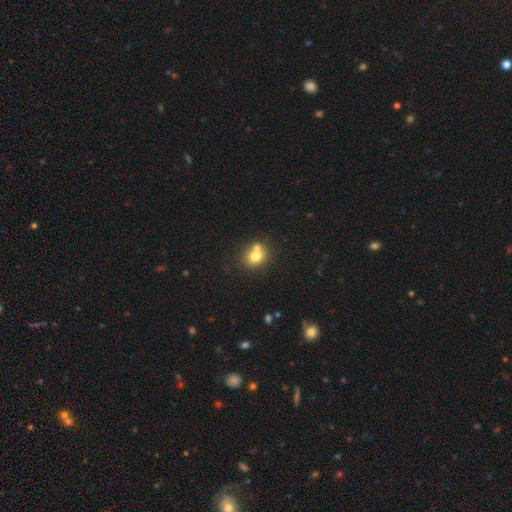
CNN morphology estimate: Q: Smooth or featured?
A: smooth (75%); runner-up: featured or disk (14%)
Q: How rounded?
A: round (67%); runner-up: in between (33%)
Q: Merging?
A: none (49%); runner-up: merger (38%)